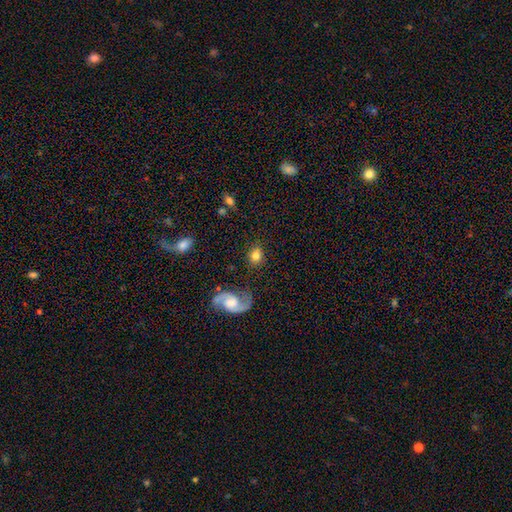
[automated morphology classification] The model was most divided on "how rounded": round: 61%, in between: 37%, cigar-shaped: 1%. More confident: merging — none (81%); smooth or featured — smooth (71%).